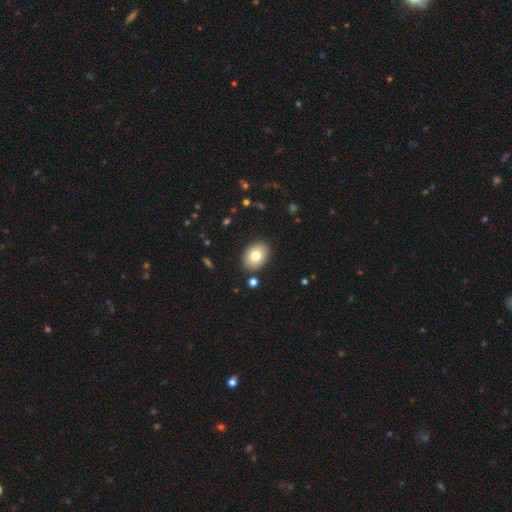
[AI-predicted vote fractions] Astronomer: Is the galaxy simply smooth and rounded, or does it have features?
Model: smooth — 78%.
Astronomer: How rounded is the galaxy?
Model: in between — 75%.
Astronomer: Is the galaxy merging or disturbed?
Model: none — 88%.